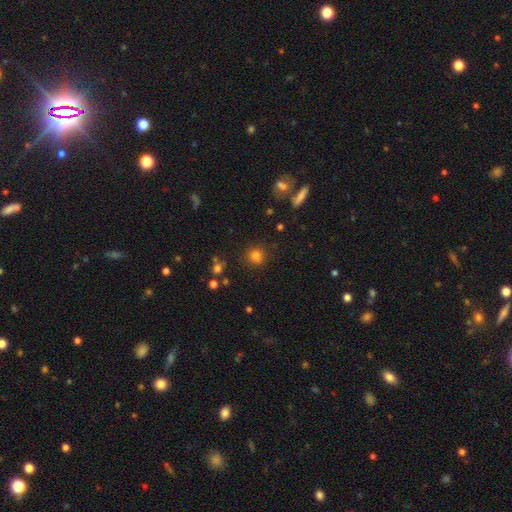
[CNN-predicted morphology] Smooth or featured? smooth (79%)
How rounded? round (86%)
Merging? none (83%)